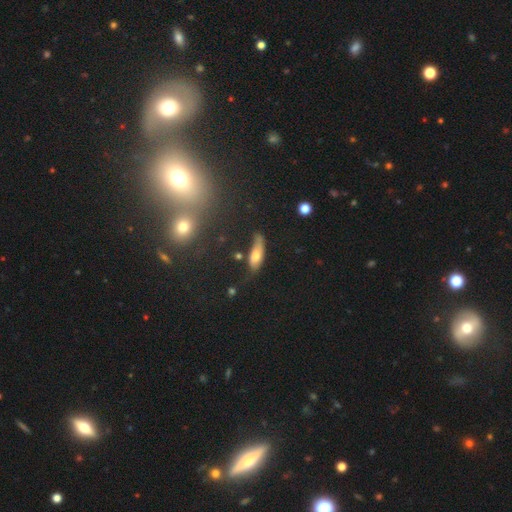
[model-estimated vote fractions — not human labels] Morphology: type=smooth (68%); roundness=in between (61%); merging=none (44%).